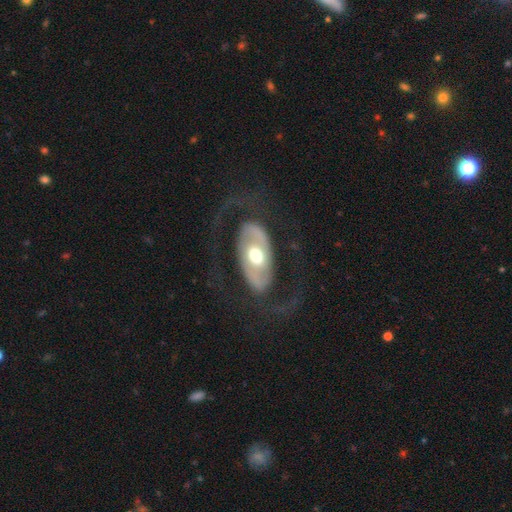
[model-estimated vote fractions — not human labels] Q: Smooth or featured?
A: featured or disk (78%); runner-up: smooth (17%)
Q: Edge-on disk?
A: no (92%); runner-up: yes (8%)
Q: Bar?
A: no (60%); runner-up: weak (27%)
Q: Spiral arms?
A: yes (80%); runner-up: no (20%)
Q: Spiral winding?
A: loose (49%); runner-up: medium (35%)
Q: Spiral arm count?
A: 2 (87%); runner-up: can't tell (6%)
Q: Bulge size?
A: moderate (62%); runner-up: large (28%)
Q: Merging?
A: none (66%); runner-up: major disturbance (20%)